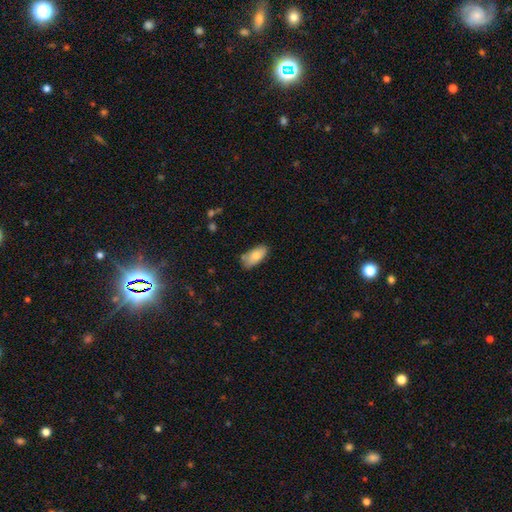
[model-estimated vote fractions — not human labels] smooth-or-featured: smooth: 79% | featured or disk: 14% | star or artifact: 7%
  how-rounded: in between: 91% | cigar-shaped: 6% | round: 3%
  merging: none: 66% | minor disturbance: 26% | major disturbance: 5% | merger: 3%